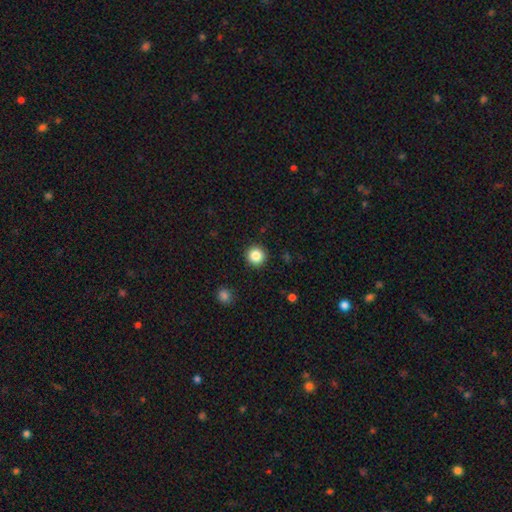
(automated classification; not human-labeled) Overall: smooth (85%). How rounded: round (95%). Merging: none (92%).